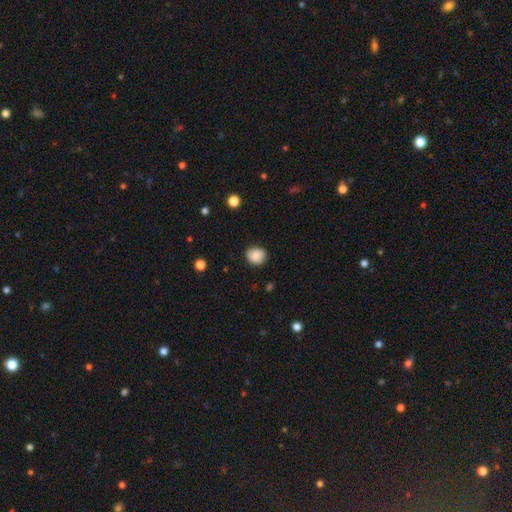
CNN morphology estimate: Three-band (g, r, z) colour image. It shows a smooth galaxy with no disk features (87%) that is round (80%). Merging: none (84%).